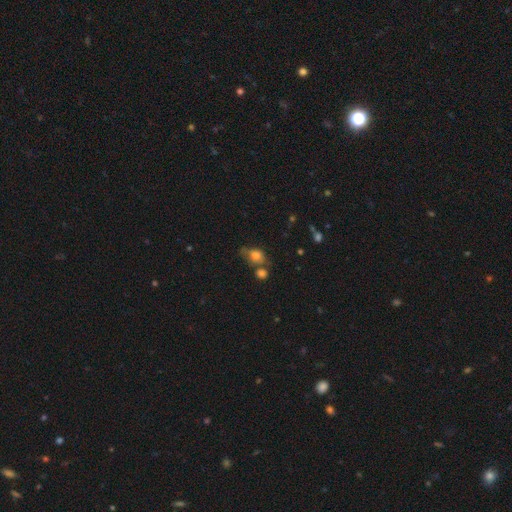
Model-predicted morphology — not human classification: smooth-or-featured: smooth: 71% | featured or disk: 17% | star or artifact: 12%
  how-rounded: in between: 61% | round: 36% | cigar-shaped: 3%
  merging: none: 44% | merger: 23% | minor disturbance: 23% | major disturbance: 11%